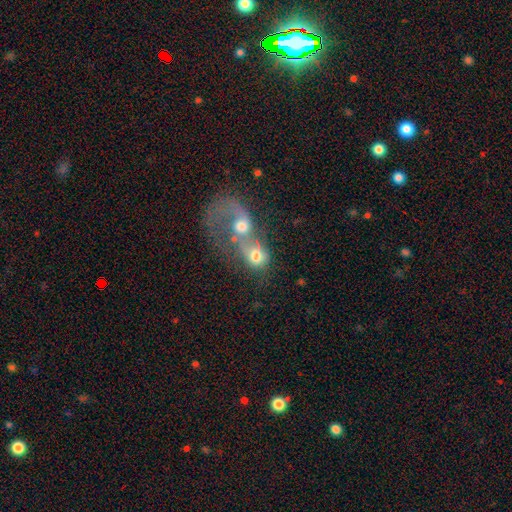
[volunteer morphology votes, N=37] Q: Smooth or featured?
A: smooth (76%); runner-up: featured or disk (24%)
Q: How rounded?
A: round (68%); runner-up: in between (32%)
Q: Merging?
A: merger (81%); runner-up: major disturbance (11%)